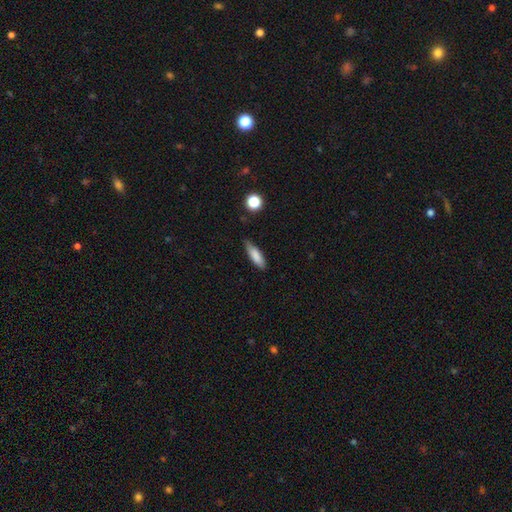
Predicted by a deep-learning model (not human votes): Smooth or featured? smooth (81%)
How rounded? cigar-shaped (57%)
Merging? none (72%)